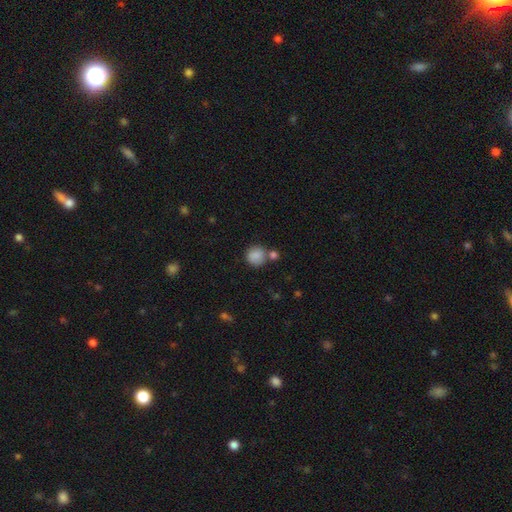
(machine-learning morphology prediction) Overall: smooth (85%). How rounded: round (87%). Merging: none (59%; merger 23%).